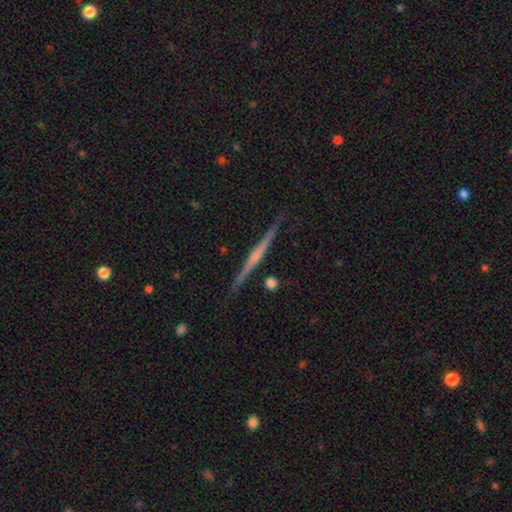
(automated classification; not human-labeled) Smooth or featured? featured or disk (78%)
Edge-on disk? yes (98%)
Edge-on bulge? rounded (52%)
Merging? none (90%)